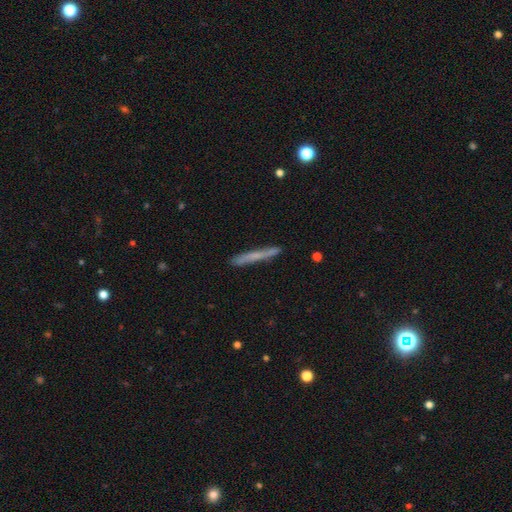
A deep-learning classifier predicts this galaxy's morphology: type=smooth (55%); roundness=cigar-shaped (96%); merging=none (84%).